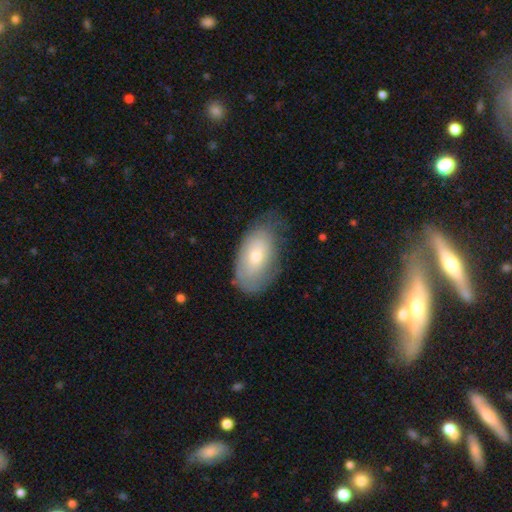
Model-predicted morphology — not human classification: Overall: smooth (63%; featured or disk 30%). How rounded: in between (92%). Merging: none (59%; minor disturbance 29%).